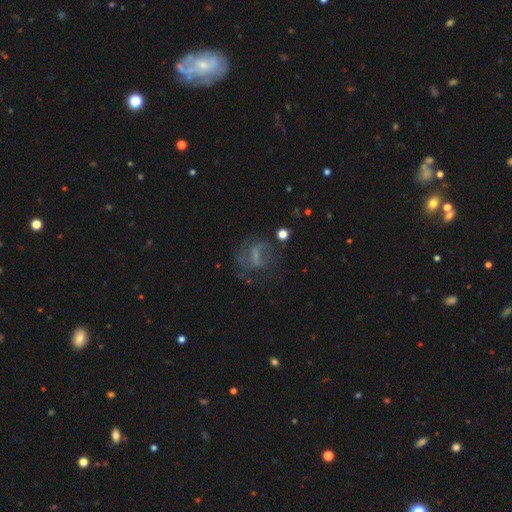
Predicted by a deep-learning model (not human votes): Q: Smooth or featured?
A: featured or disk (55%); runner-up: smooth (28%)
Q: Edge-on disk?
A: no (95%); runner-up: yes (5%)
Q: Bar?
A: weak (39%); runner-up: no (35%)
Q: Spiral arms?
A: no (50%); tied with: yes (50%)
Q: Bulge size?
A: none (48%); runner-up: small (32%)
Q: Merging?
A: none (46%); runner-up: major disturbance (31%)